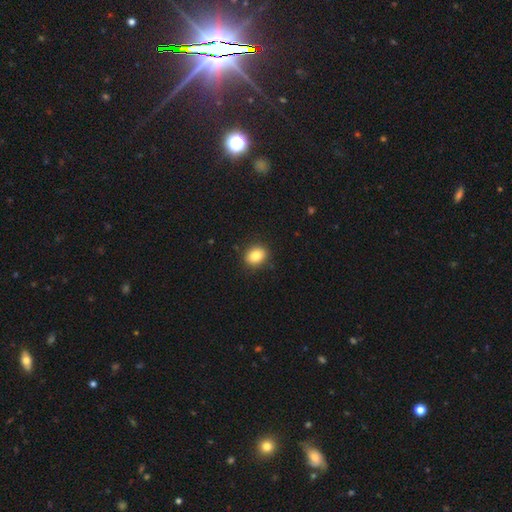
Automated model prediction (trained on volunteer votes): smooth-or-featured: smooth: 84% | star or artifact: 10% | featured or disk: 6%
  how-rounded: round: 54% | in between: 45% | cigar-shaped: 1%
  merging: none: 89% | minor disturbance: 8% | major disturbance: 2% | merger: 1%